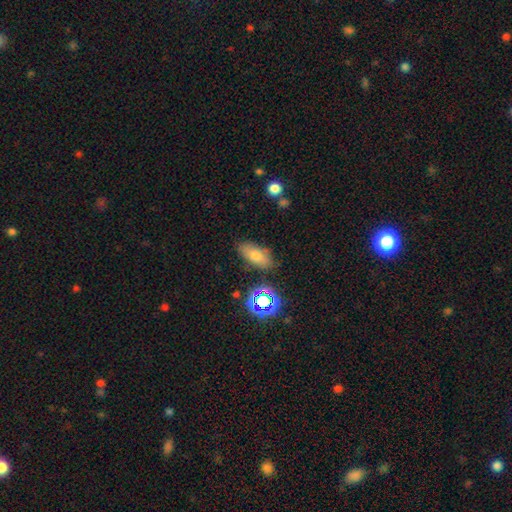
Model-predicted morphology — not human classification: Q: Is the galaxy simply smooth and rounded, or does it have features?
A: smooth — 71%.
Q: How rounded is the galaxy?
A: in between — 82%.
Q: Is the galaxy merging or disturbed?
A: none — 79%.